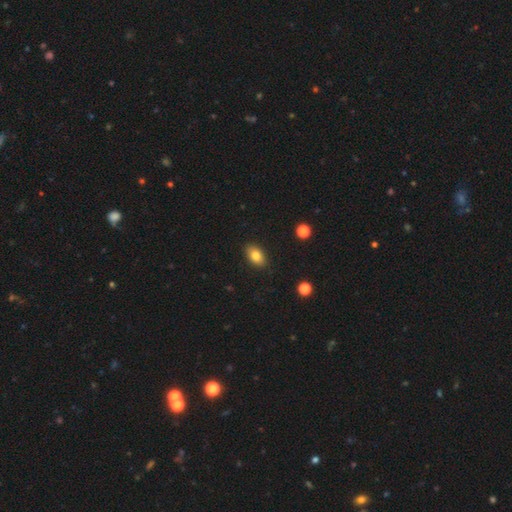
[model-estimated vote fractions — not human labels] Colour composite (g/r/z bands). It shows a smooth galaxy with no disk features (81%) that is in between round and cigar-shaped (88%). Merging: none (88%).